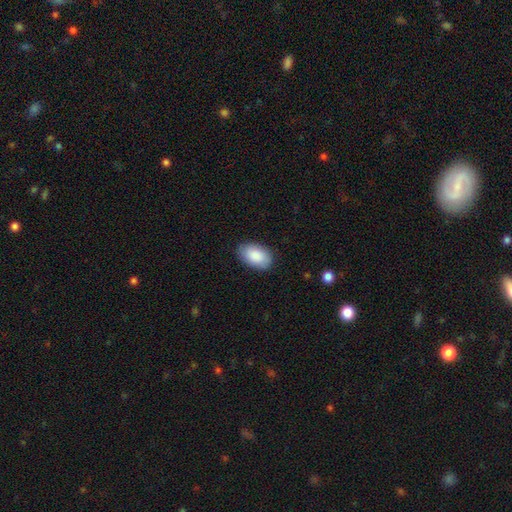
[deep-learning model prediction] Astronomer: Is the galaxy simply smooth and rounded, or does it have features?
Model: smooth — 88%.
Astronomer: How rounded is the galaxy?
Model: in between — 94%.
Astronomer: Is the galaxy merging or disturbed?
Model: none — 86%.